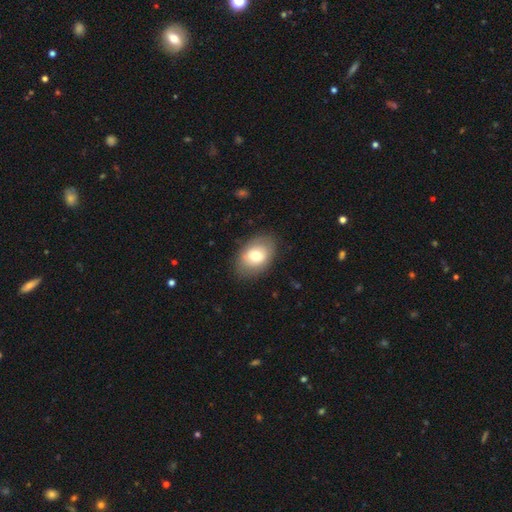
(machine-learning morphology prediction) This is likely a smooth galaxy (71%). How rounded: clearly in between (82%). Merging: clearly none (83%).